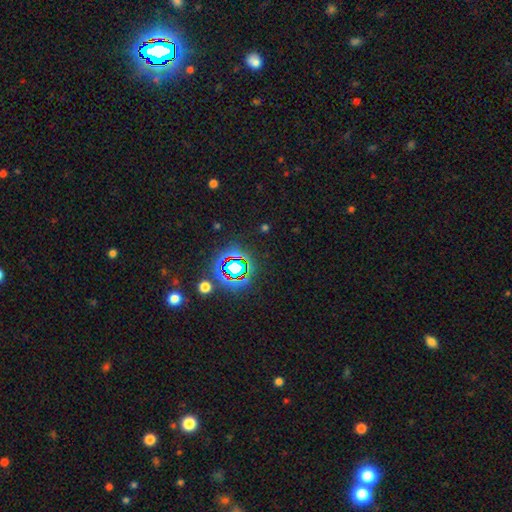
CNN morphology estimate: Q: Smooth or featured?
A: star or artifact (79%); runner-up: smooth (13%)